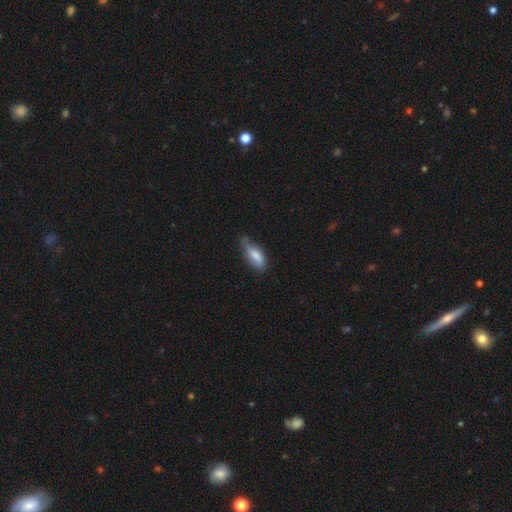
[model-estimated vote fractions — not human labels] smooth 73%, featured or disk 20%, star or artifact 7%. Down the decision tree: how rounded — in between (76%); merging — none (44%).